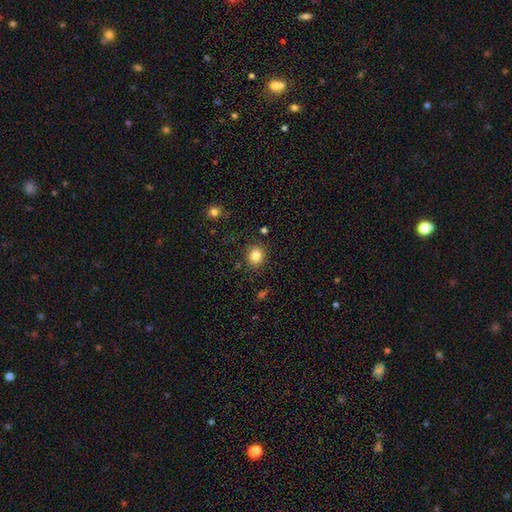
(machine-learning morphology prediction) A smooth galaxy with no disk features (83%) that is round (77%). Merging: none (88%).